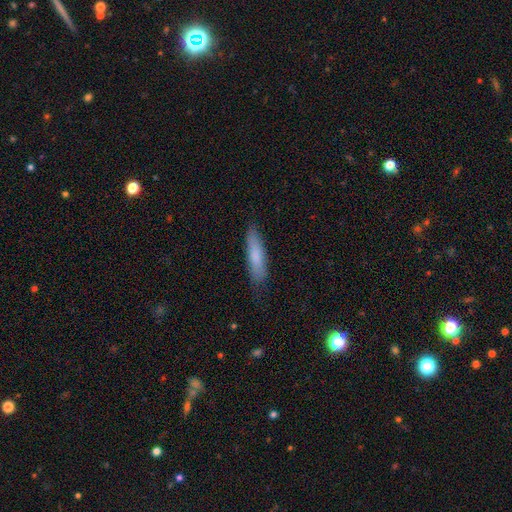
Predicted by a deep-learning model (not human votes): Morphology: type=smooth (80%); roundness=cigar-shaped (76%); merging=none (82%).